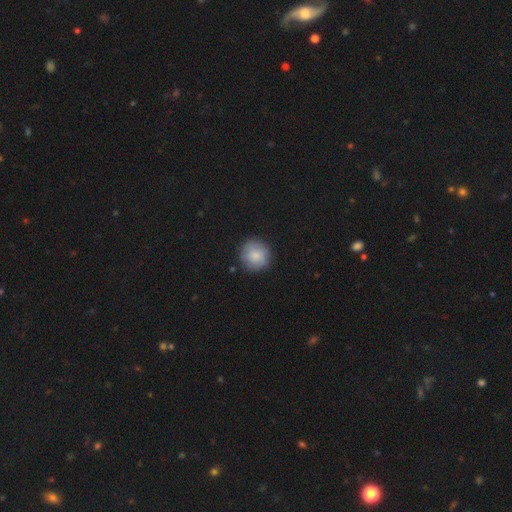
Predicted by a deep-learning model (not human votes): A smooth galaxy with no disk features (81%) that is round (94%).

Vote fractions:
- Smooth or featured? smooth: 81% / featured or disk: 12% / star or artifact: 7%
- How rounded? round: 94% / in between: 5% / cigar-shaped: 1%
- Merging? none: 85% / minor disturbance: 11% / major disturbance: 3% / merger: 1%